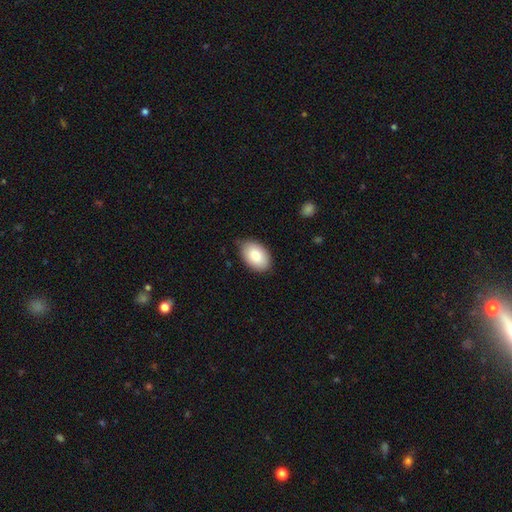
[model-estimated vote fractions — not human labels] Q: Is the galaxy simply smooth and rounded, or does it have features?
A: smooth — 84%.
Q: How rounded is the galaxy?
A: in between — 93%.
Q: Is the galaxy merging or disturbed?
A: none — 82%.